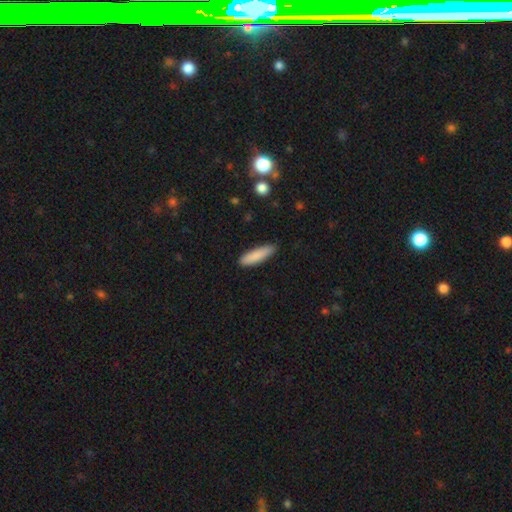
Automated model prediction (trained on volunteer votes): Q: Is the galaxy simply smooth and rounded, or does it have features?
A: smooth — 87%.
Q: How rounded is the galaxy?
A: cigar-shaped — 66%.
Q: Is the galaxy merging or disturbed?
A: none — 85%.